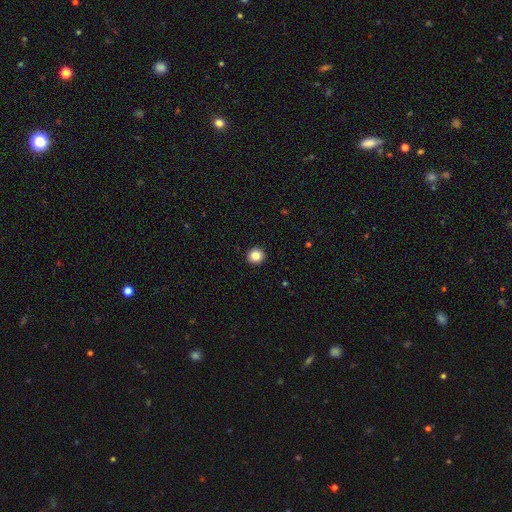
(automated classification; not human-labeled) Smooth or featured?
  - smooth: 85% *
  - star or artifact: 10%
  - featured or disk: 5%
How rounded?
  - round: 92% *
  - in between: 8%
  - cigar-shaped: 1%
Merging?
  - none: 93% *
  - minor disturbance: 4%
  - major disturbance: 1%
  - merger: 1%